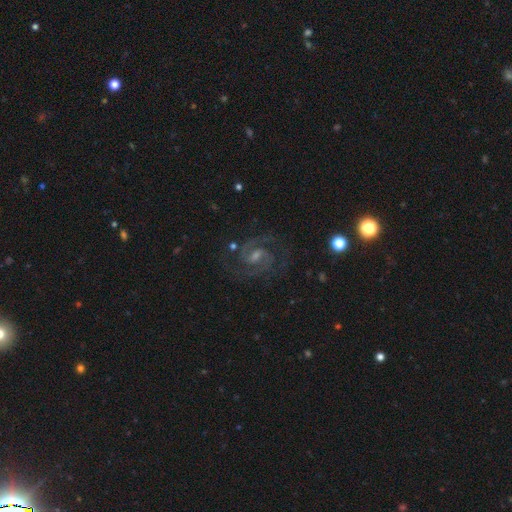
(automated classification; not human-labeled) A featured or disk galaxy (89%) with a weak bar (57%), 2 (90%) medium (59%) spiral arms (98%) and a small central bulge (50%). Merging: none (81%).